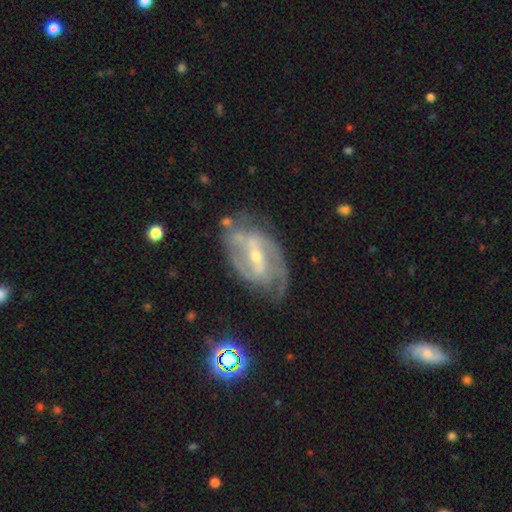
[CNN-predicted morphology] type=featured or disk (88%); edge-on=no (96%); bar=strong (51%); spiral arms=yes (94%); winding=medium (48%); arm count=2 (69%); bulge=small (62%); merging=none (65%).